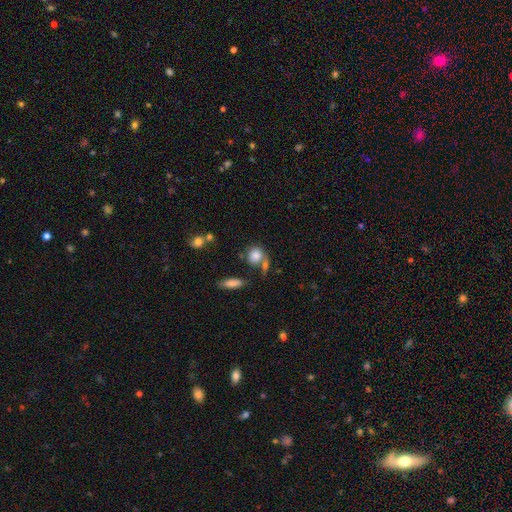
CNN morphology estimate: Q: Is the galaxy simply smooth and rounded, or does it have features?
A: smooth — 81%.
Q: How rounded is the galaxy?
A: round — 72%.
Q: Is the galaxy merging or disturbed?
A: none — 50%.